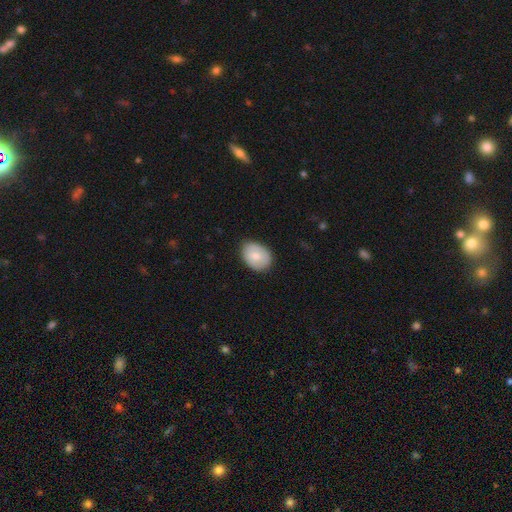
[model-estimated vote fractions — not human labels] smooth_or_featured: smooth (p=0.73) [alt: featured or disk p=0.21]
how_rounded: in between (p=0.71) [alt: round p=0.28]
merging: none (p=0.83) [alt: minor disturbance p=0.14]